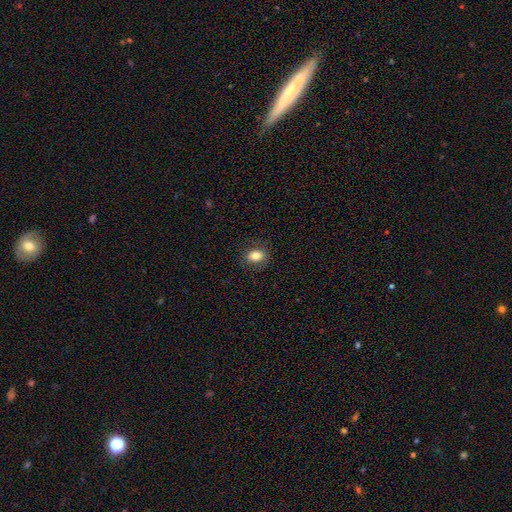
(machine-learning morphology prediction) Smooth or featured: smooth — 79% (featured or disk — 11%)
How rounded: in between — 65% (round — 34%)
Merging: none — 84% (minor disturbance — 11%)